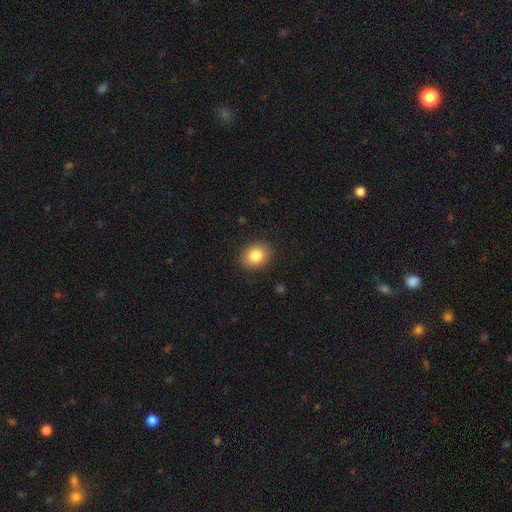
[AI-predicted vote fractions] This appears to be a smooth galaxy with no disk features (84%) that is round (59%). Merging: none (89%).